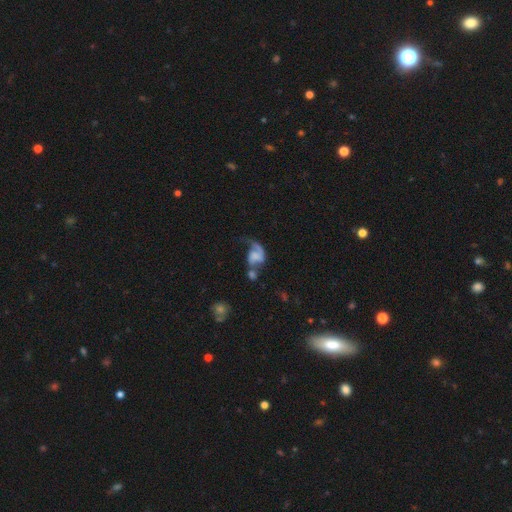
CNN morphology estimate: A featured or disk galaxy (63%) with no bar (61%), 2 (48%) loose (60%) spiral arms (83%) and no central bulge (45%).

Vote fractions:
- Smooth or featured? featured or disk: 63% / smooth: 28% / star or artifact: 9%
- Edge-on disk? no: 97% / yes: 3%
- Bar? no: 61% / weak: 30% / strong: 9%
- Spiral arms? yes: 83% / no: 17%
- Spiral winding? loose: 60% / medium: 30% / tight: 11%
- Spiral arm count? 2: 48% / 1: 44% / can't tell: 5% / 3: 1% / 4: 1% / more than 4: 1%
- Bulge size? none: 45% / small: 23% / moderate: 18% / large: 10% / dominant: 3%
- Merging? major disturbance: 32% (tied) / merger: 32% (tied) / none: 22% / minor disturbance: 15%